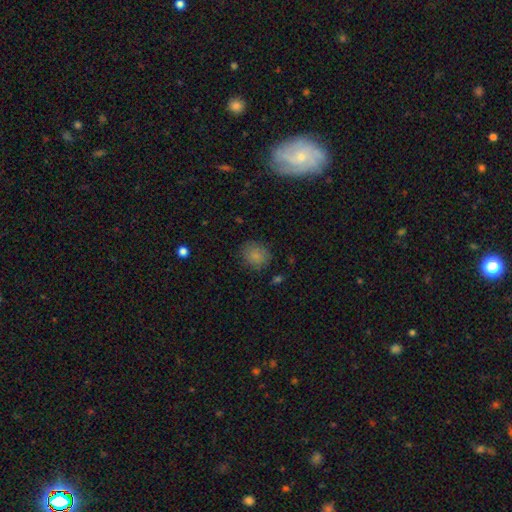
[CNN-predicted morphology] Smooth or featured? smooth (84%)
How rounded? round (74%)
Merging? none (81%)